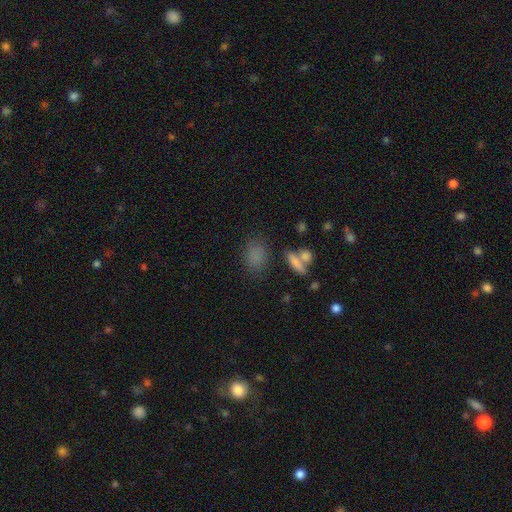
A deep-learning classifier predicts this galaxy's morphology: Overall: smooth (78%). How rounded: in between (72%). Merging: none (71%).